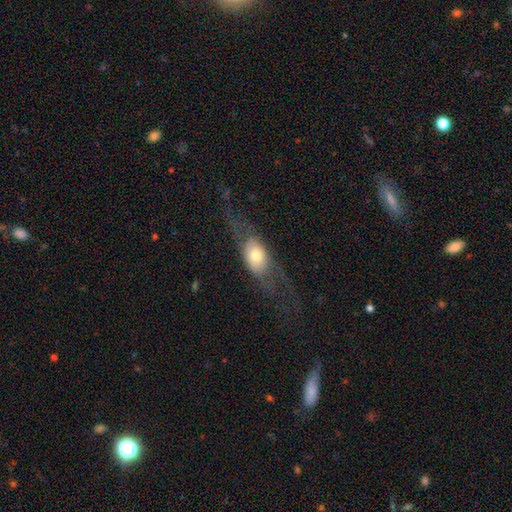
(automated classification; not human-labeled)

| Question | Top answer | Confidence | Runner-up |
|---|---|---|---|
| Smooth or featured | smooth | 54% | featured or disk (39%) |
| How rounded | in between | 80% | round (13%) |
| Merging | none | 42% | major disturbance (38%) |